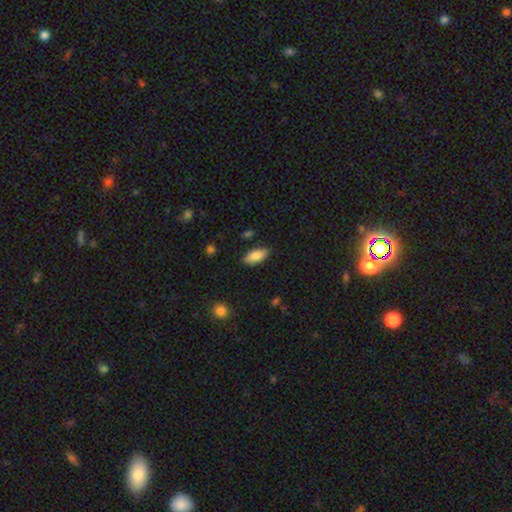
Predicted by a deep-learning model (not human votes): smooth 84%, featured or disk 9%, star or artifact 6%. Down the decision tree: how rounded — in between (86%); merging — none (84%).